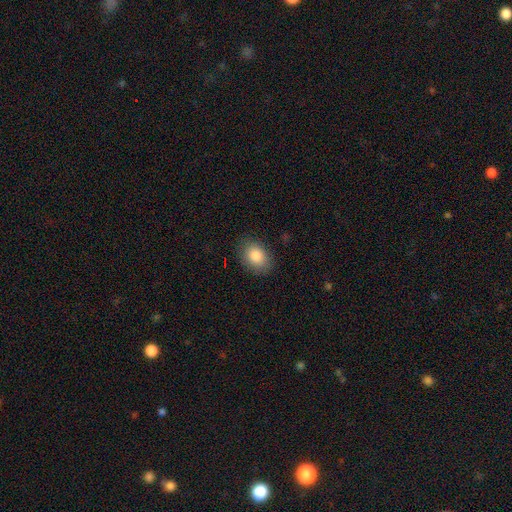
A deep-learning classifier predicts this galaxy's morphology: The model was most divided on "how rounded": in between: 72%, round: 27%, cigar-shaped: 1%. More confident: smooth or featured — smooth (86%); merging — none (85%).